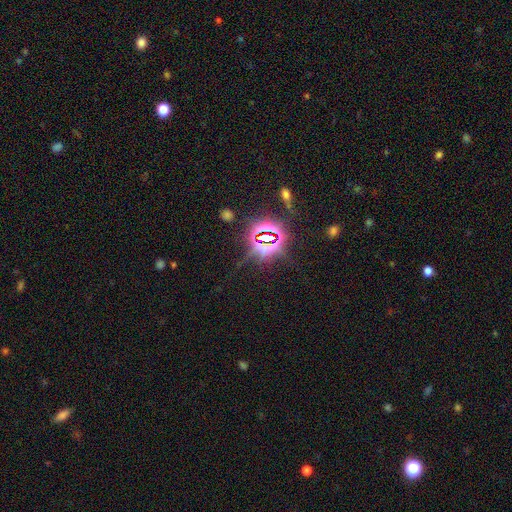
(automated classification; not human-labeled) Morphology: type=star or artifact (82%).